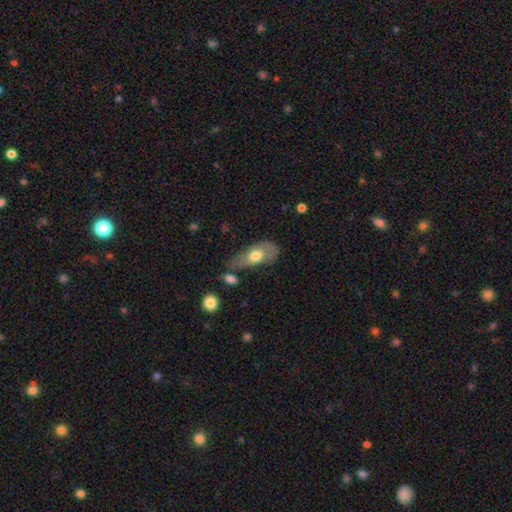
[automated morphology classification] Q: Smooth or featured?
A: smooth (62%); runner-up: featured or disk (31%)
Q: How rounded?
A: in between (84%); runner-up: cigar-shaped (10%)
Q: Merging?
A: none (40%); runner-up: minor disturbance (31%)